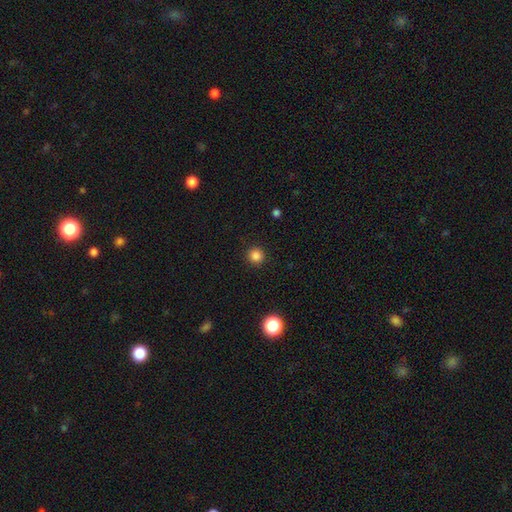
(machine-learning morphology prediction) smooth-or-featured: smooth: 84% | star or artifact: 13% | featured or disk: 3%
  how-rounded: round: 94% | in between: 5% | cigar-shaped: 1%
  merging: none: 92% | minor disturbance: 5% | major disturbance: 2% | merger: 1%